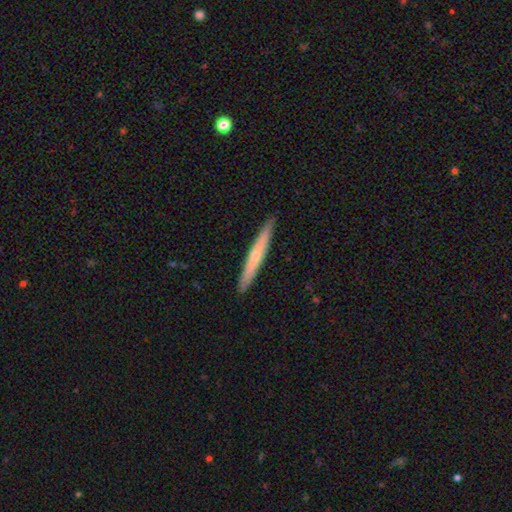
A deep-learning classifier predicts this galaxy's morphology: Overall: smooth (50%; featured or disk 45%). Merging: none (92%).